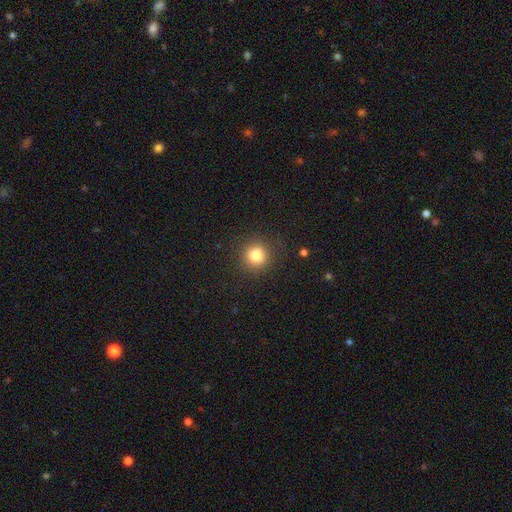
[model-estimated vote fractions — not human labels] smooth 82%, star or artifact 12%, featured or disk 6%. Down the decision tree: how rounded — round (92%); merging — none (88%).